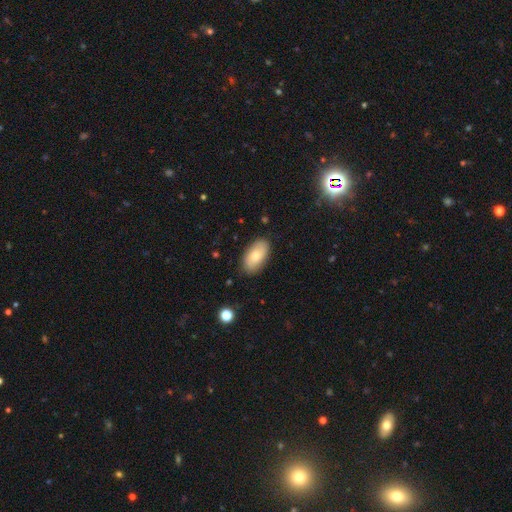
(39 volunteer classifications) Q: Smooth or featured?
A: smooth (77%); runner-up: featured or disk (15%)
Q: How rounded?
A: in between (100%)
Q: Merging?
A: none (86%); runner-up: minor disturbance (14%)